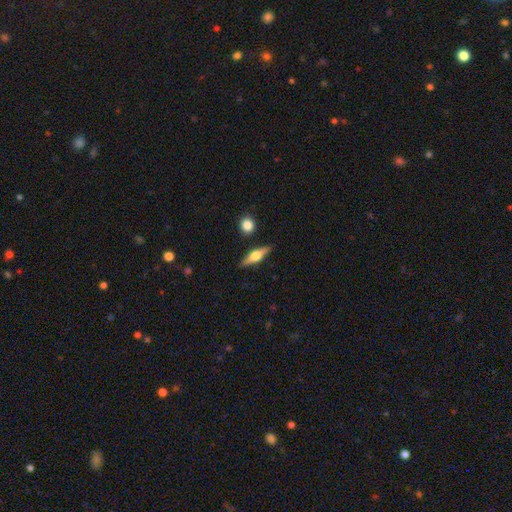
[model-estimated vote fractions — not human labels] Overall: featured or disk (62%; smooth 32%). Edge-on disk: yes (95%). Edge-on bulge: rounded (92%). Merging: none (85%).